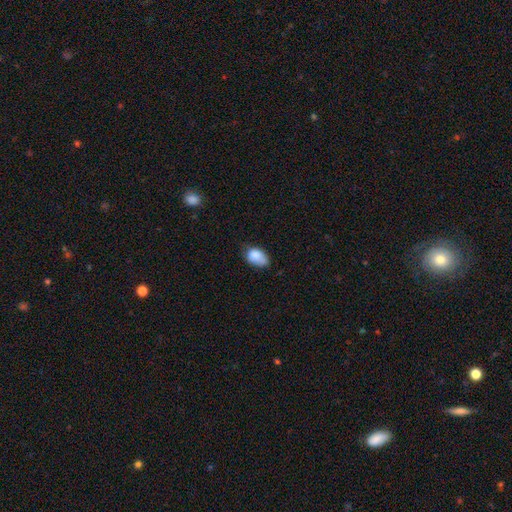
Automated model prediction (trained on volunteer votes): smooth 82%, featured or disk 9%, star or artifact 9%. Down the decision tree: how rounded — in between (85%); merging — none (45%).